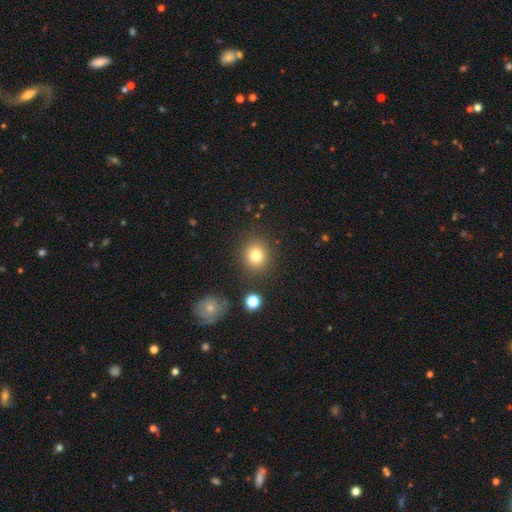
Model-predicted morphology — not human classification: smooth 80%, star or artifact 12%, featured or disk 8%. Down the decision tree: how rounded — round (84%); merging — none (86%).